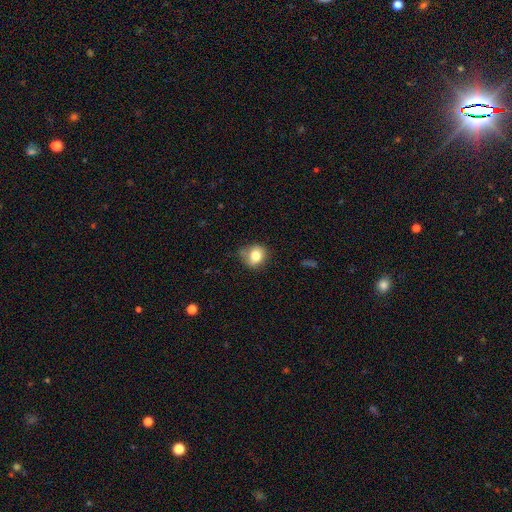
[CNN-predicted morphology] smooth_or_featured: smooth (p=0.80) [alt: featured or disk p=0.10]
how_rounded: round (p=0.69) [alt: in between p=0.30]
merging: none (p=0.58) [alt: minor disturbance p=0.31]